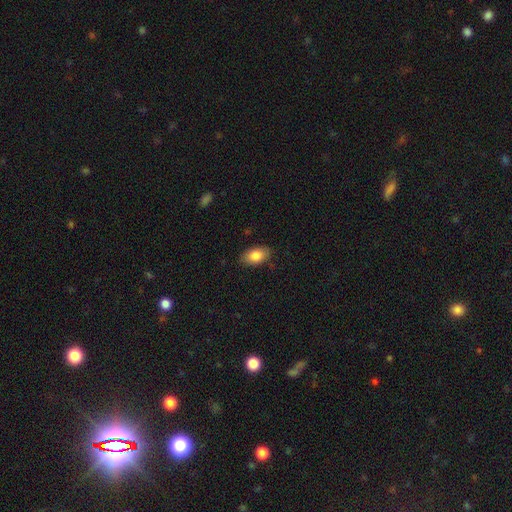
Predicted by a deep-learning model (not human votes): Overall: smooth (83%). How rounded: in between (91%). Merging: none (85%).